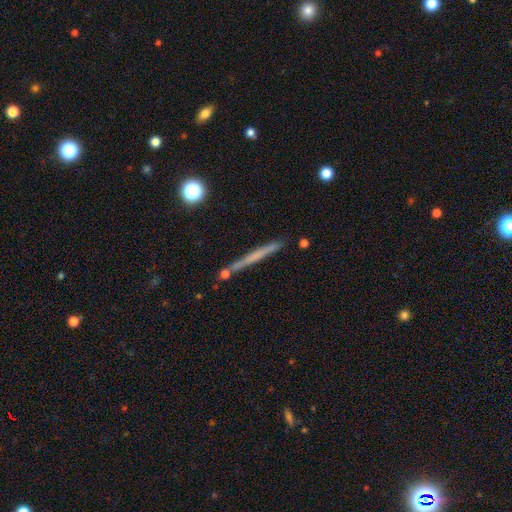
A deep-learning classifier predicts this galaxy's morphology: This appears to be a featured or disk galaxy (48%). Merging: none (84%).